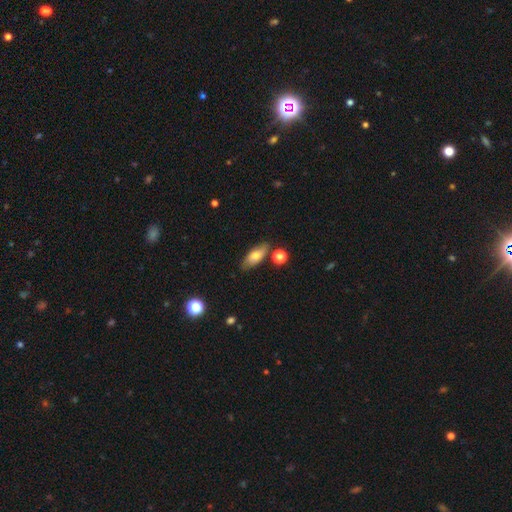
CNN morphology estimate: Smooth or featured? smooth (71%)
How rounded? in between (76%)
Merging? none (76%)